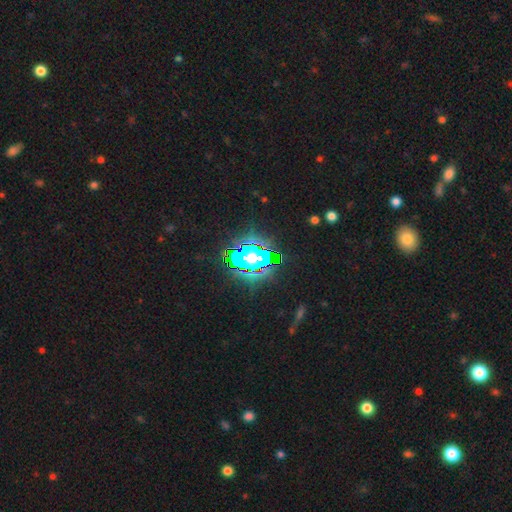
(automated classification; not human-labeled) Smooth or featured? star or artifact (83%)